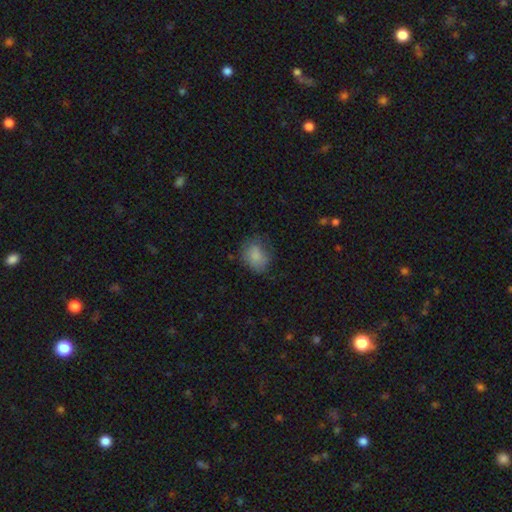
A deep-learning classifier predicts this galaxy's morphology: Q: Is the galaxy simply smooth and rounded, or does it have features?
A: smooth — 81%.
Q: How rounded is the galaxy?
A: in between — 56%.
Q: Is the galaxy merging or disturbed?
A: none — 63%.